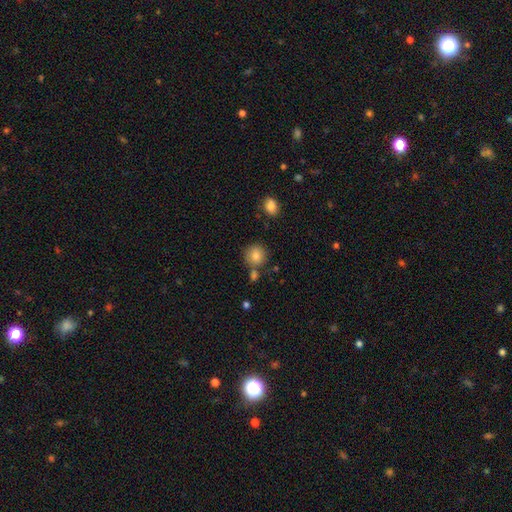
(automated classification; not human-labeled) A smooth galaxy with no disk features (82%) that is round (89%).

Vote fractions:
- Smooth or featured? smooth: 82% / star or artifact: 10% / featured or disk: 7%
- How rounded? round: 89% / in between: 10% / cigar-shaped: 1%
- Merging? none: 74% / merger: 12% / minor disturbance: 11% / major disturbance: 3%